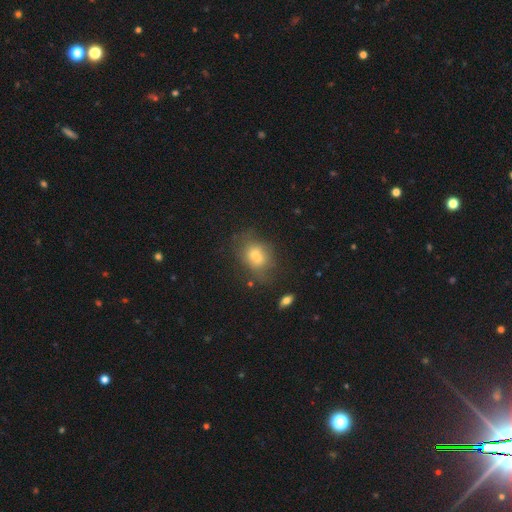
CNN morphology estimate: type=smooth (69%); roundness=in between (62%); merging=none (60%).